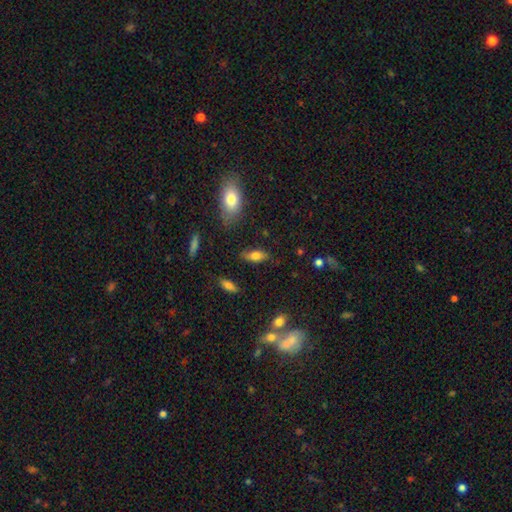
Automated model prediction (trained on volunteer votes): Smooth or featured? smooth (73%)
How rounded? in between (81%)
Merging? none (78%)